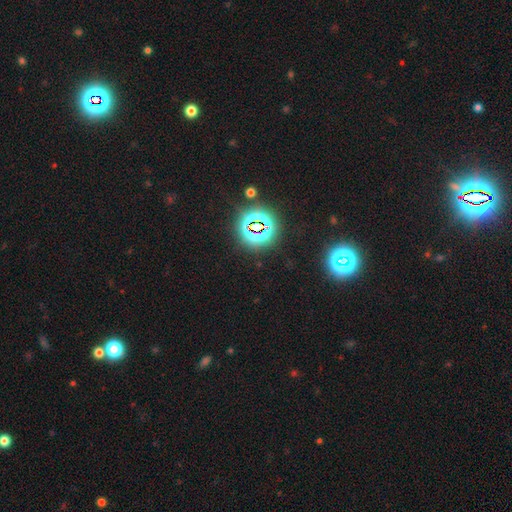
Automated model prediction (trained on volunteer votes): Morphology: type=star or artifact (81%).